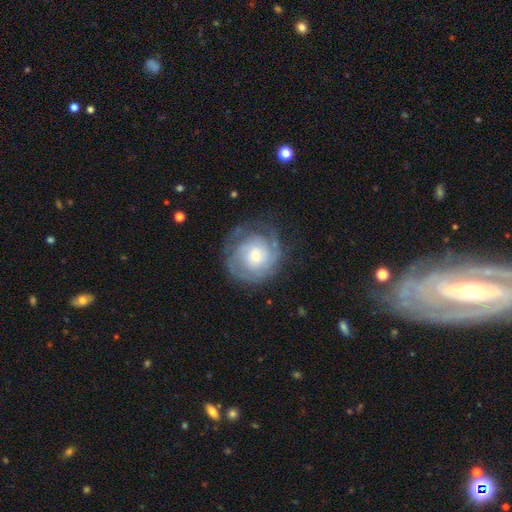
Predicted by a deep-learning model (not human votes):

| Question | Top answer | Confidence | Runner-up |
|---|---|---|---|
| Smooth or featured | featured or disk | 69% | smooth (24%) |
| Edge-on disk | no | 97% | yes (3%) |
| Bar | no | 77% | weak (19%) |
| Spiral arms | yes | 86% | no (14%) |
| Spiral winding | tight | 68% | medium (24%) |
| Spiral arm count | can't tell | 45% | 2 (25%) |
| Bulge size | small | 57% | moderate (35%) |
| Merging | none | 70% | minor disturbance (18%) |